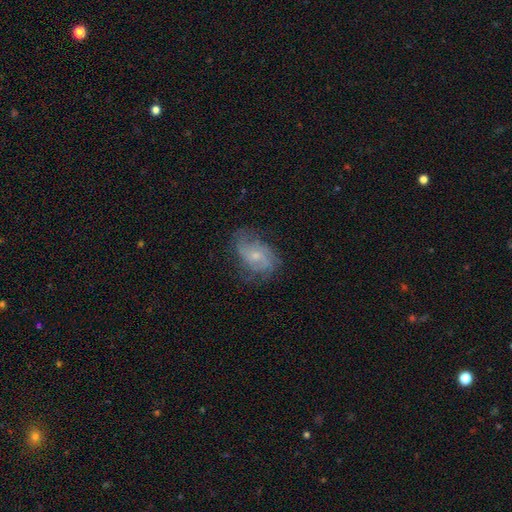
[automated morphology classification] The model was most divided on "spiral arm count": 2: 43%, can't tell: 31%, 3: 13%, 4: 5%, 1: 4%, more than 4: 4%. Remaining: edge-on disk — no (97%); spiral arms — yes (86%); smooth or featured — featured or disk (67%); merging — none (64%); bulge size — small (63%); bar — no (60%); spiral winding — medium (43%).